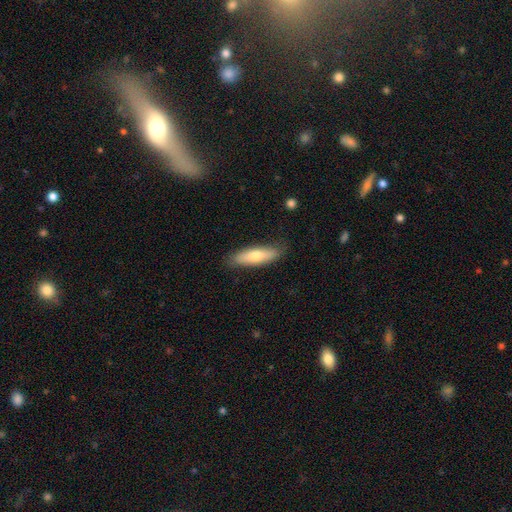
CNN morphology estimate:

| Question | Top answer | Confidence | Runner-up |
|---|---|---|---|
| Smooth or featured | smooth | 66% | featured or disk (28%) |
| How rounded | cigar-shaped | 64% | in between (34%) |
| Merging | none | 84% | minor disturbance (13%) |